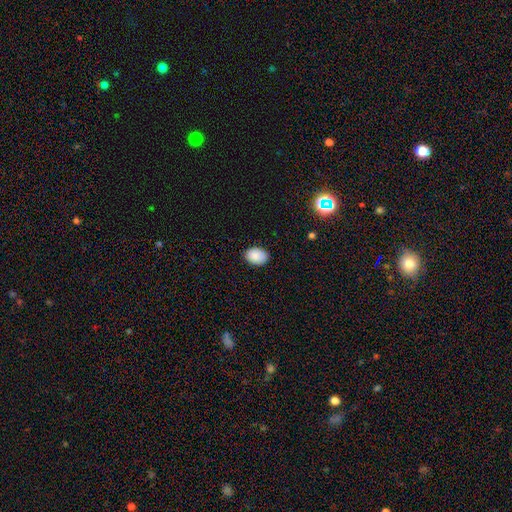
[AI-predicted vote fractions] This appears to be a smooth galaxy with no disk features (88%) that is in between round and cigar-shaped (75%). Merging: none (86%).